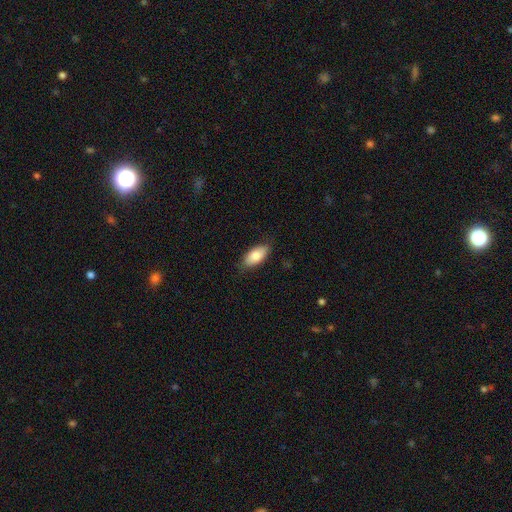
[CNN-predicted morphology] This is clearly a smooth galaxy (83%). How rounded: clearly in between (90%). Merging: clearly none (83%).